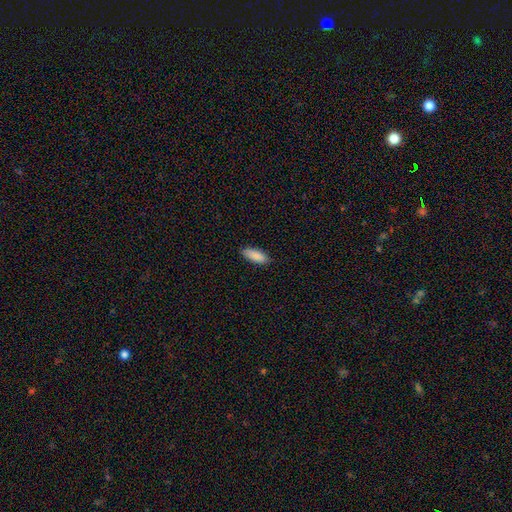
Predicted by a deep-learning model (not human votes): The model was most divided on "how rounded": in between: 76%, cigar-shaped: 23%, round: 2%. More confident: smooth or featured — smooth (89%); merging — none (88%).